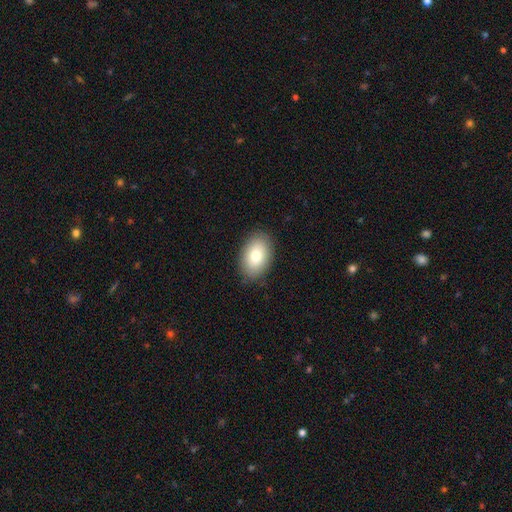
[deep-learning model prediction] A smooth galaxy with no disk features (80%) that is in between round and cigar-shaped (89%).

Vote fractions:
- Smooth or featured? smooth: 80% / featured or disk: 13% / star or artifact: 8%
- How rounded? in between: 89% / round: 10% / cigar-shaped: 1%
- Merging? none: 88% / minor disturbance: 9% / major disturbance: 2% / merger: 1%